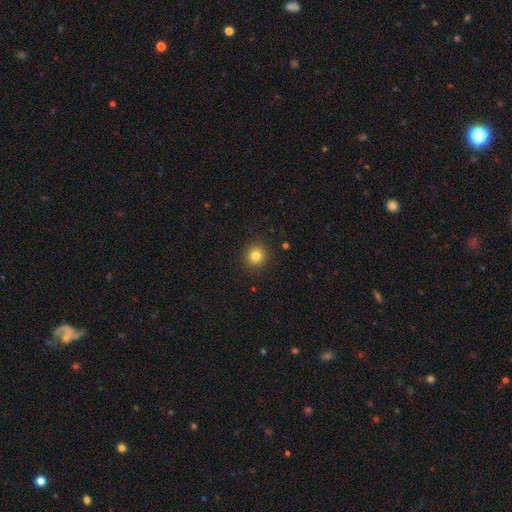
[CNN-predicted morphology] smooth_or_featured: smooth (p=0.82) [alt: star or artifact p=0.13]
how_rounded: round (p=0.93) [alt: in between p=0.06]
merging: none (p=0.92) [alt: minor disturbance p=0.05]